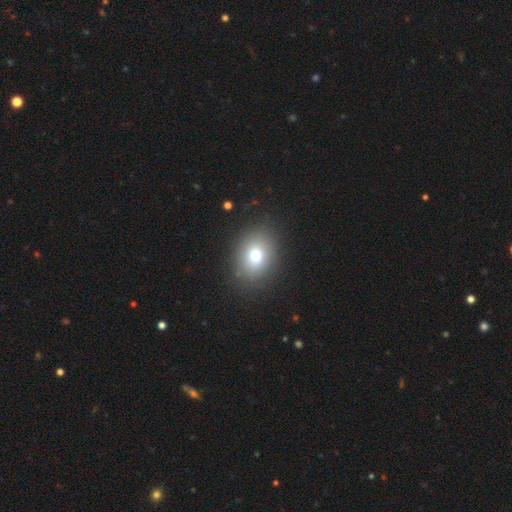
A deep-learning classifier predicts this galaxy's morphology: smooth_or_featured: smooth (p=0.76) [alt: star or artifact p=0.12]
how_rounded: in between (p=0.60) [alt: round p=0.39]
merging: none (p=0.85) [alt: minor disturbance p=0.10]